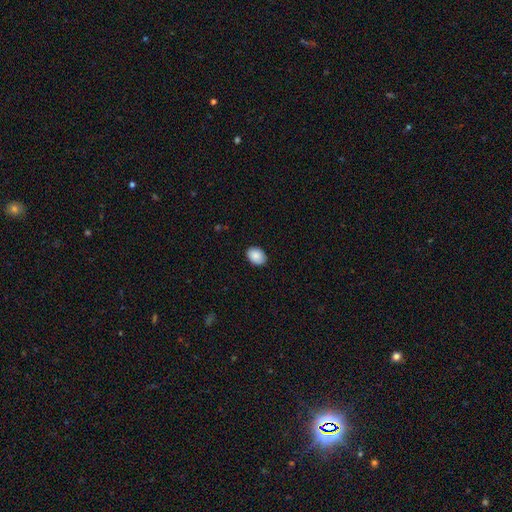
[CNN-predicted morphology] type=smooth (89%); roundness=in between (77%); merging=none (87%).